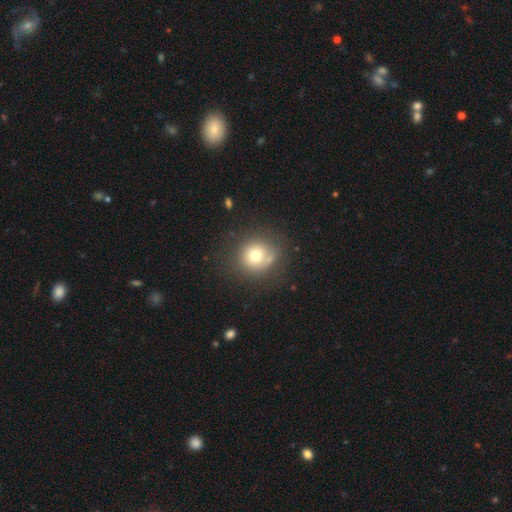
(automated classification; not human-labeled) A smooth galaxy with no disk features (70%) that is round (85%). Merging: none (69%).